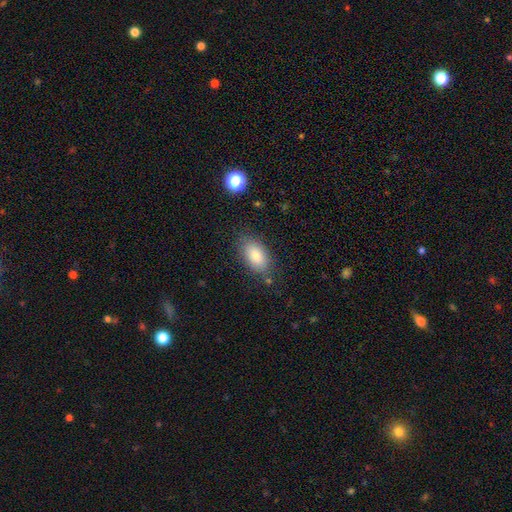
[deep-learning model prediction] A smooth galaxy with no disk features (86%) that is in between round and cigar-shaped (92%). Merging: none (79%).